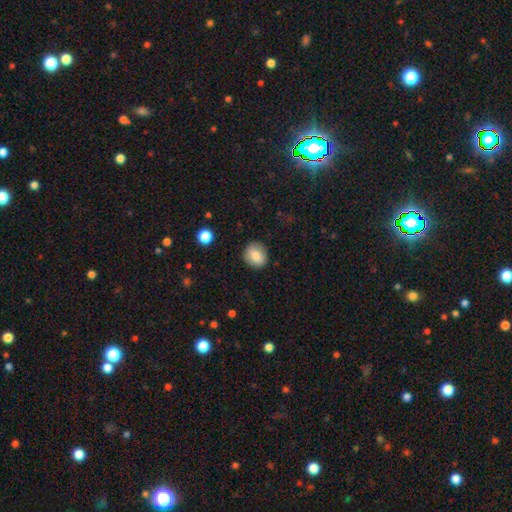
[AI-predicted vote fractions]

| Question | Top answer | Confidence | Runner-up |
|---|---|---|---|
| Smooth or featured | smooth | 80% | featured or disk (12%) |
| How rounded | round | 75% | in between (24%) |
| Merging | none | 86% | minor disturbance (10%) |